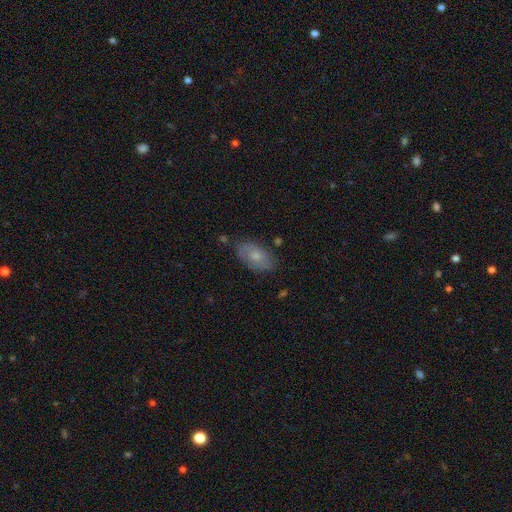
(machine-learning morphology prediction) This appears to be a smooth galaxy with no disk features (62%) that is in between round and cigar-shaped (92%). Merging: none (75%).